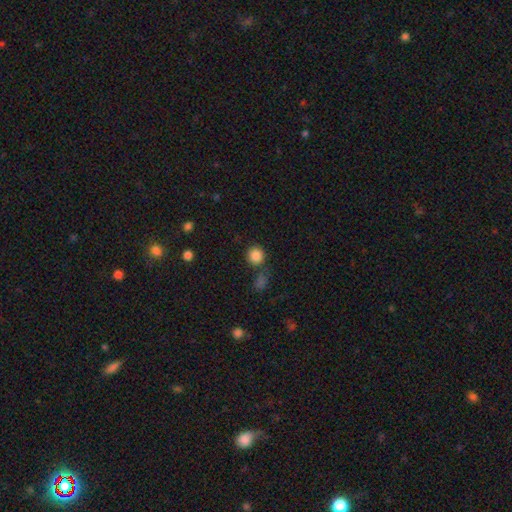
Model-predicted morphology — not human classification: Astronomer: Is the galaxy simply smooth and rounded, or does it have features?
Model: smooth — 85%.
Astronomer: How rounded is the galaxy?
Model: round — 91%.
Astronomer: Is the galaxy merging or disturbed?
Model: none — 77%.